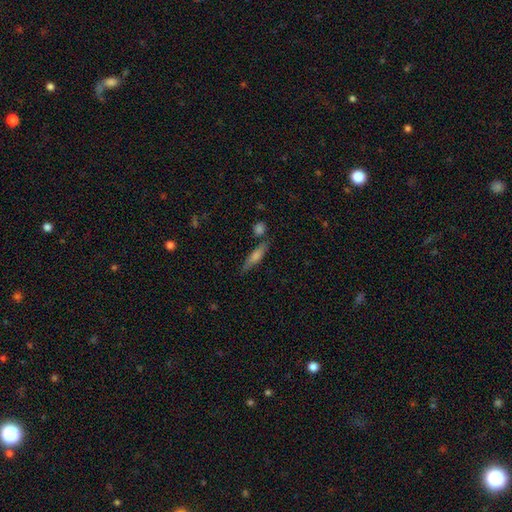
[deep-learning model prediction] smooth-or-featured: smooth: 54% | featured or disk: 37% | star or artifact: 9%
  how-rounded: cigar-shaped: 80% | in between: 17% | round: 3%
  merging: none: 77% | minor disturbance: 12% | merger: 8% | major disturbance: 3%